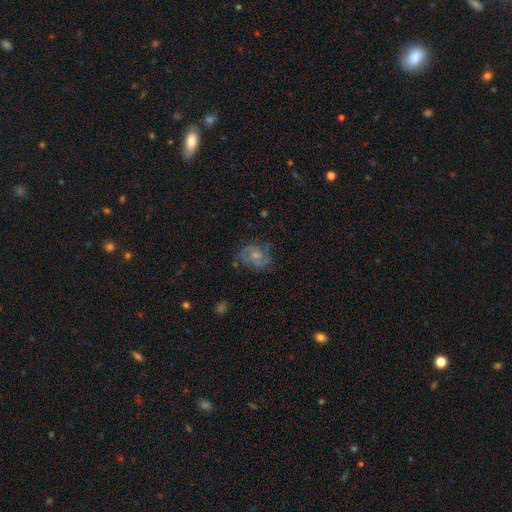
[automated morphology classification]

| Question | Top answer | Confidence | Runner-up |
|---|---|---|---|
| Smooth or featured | featured or disk | 59% | smooth (32%) |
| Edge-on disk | no | 97% | yes (3%) |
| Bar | no | 73% | weak (24%) |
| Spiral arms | yes | 74% | no (26%) |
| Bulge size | small | 52% | moderate (38%) |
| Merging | none | 62% | minor disturbance (23%) |